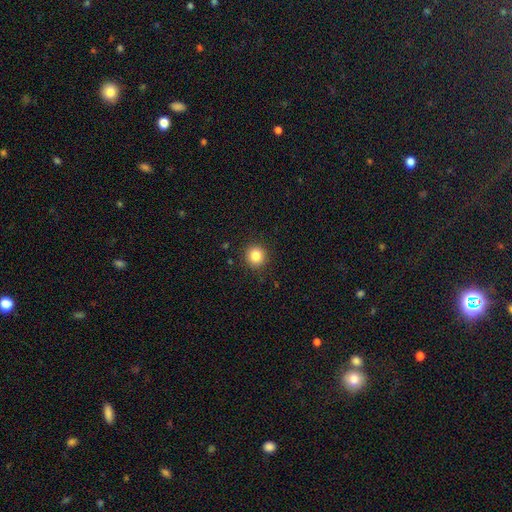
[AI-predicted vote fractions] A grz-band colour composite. It shows a smooth galaxy with no disk features (84%) that is round (93%). Merging: none (91%).